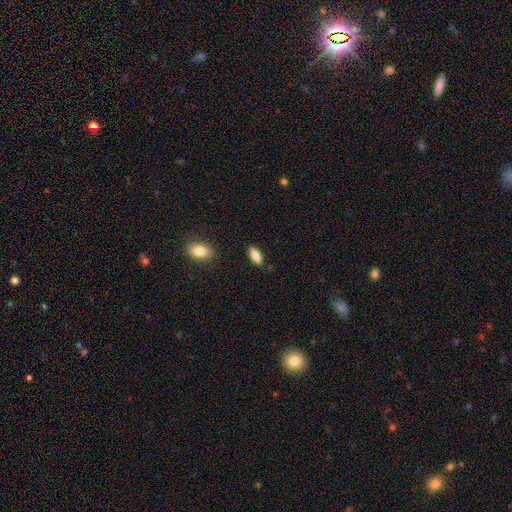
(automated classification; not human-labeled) This appears to be a smooth galaxy with no disk features (74%) that is in between round and cigar-shaped (80%). Merging: none (86%).